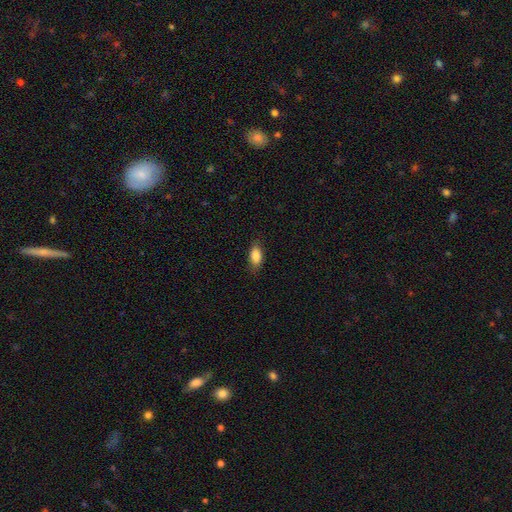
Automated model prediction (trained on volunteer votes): A smooth galaxy with no disk features (86%) that is in between round and cigar-shaped (89%). Merging: none (81%).